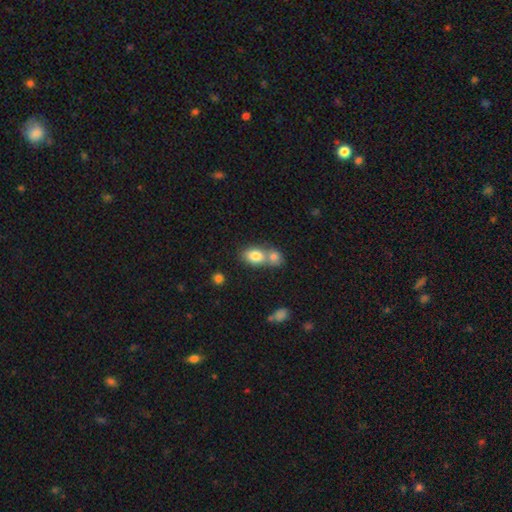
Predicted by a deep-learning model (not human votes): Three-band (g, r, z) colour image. It shows a smooth galaxy with no disk features (80%) that is in between round and cigar-shaped (75%). Merging: merger (57%).